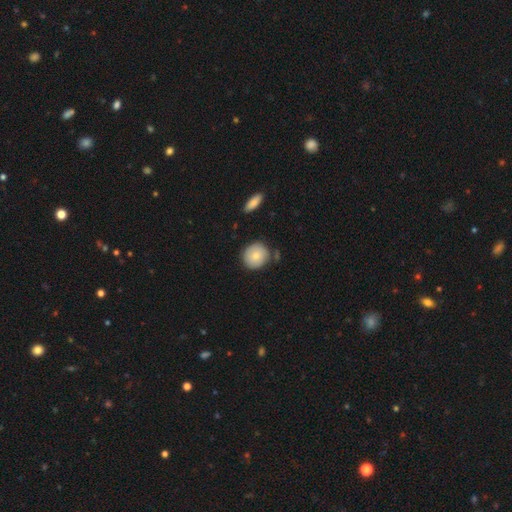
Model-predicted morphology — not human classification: smooth_or_featured: smooth (p=0.82) [alt: featured or disk p=0.12]
how_rounded: round (p=0.88) [alt: in between p=0.11]
merging: none (p=0.76) [alt: minor disturbance p=0.15]